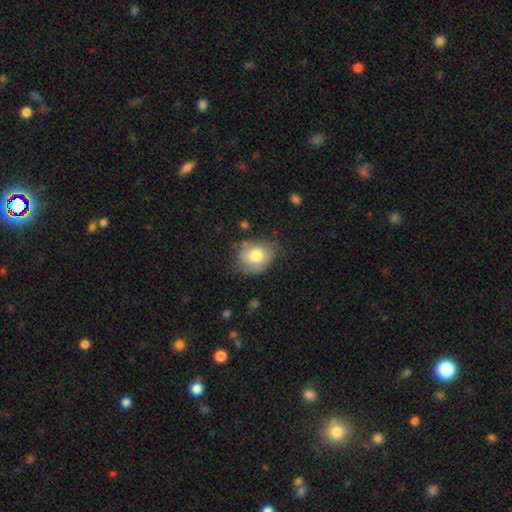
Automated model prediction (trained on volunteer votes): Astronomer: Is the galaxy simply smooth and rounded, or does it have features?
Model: smooth — 67%.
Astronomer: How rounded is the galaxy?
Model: in between — 53% (runner-up: round, 46%).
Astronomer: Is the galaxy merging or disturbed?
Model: none — 61%.